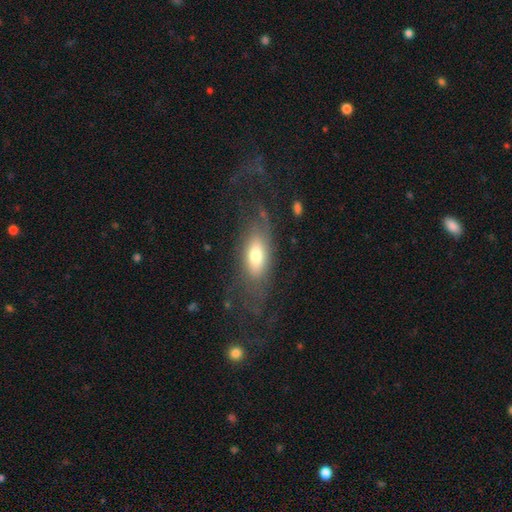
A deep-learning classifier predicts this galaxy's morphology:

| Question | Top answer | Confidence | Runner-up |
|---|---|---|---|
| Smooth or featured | smooth | 52% | featured or disk (41%) |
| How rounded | in between | 80% | cigar-shaped (16%) |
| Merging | none | 56% | major disturbance (22%) |